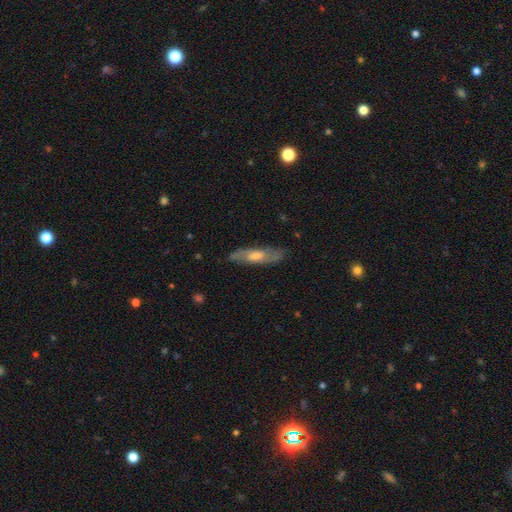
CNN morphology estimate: A featured or disk galaxy (56%). Merging: none (80%).